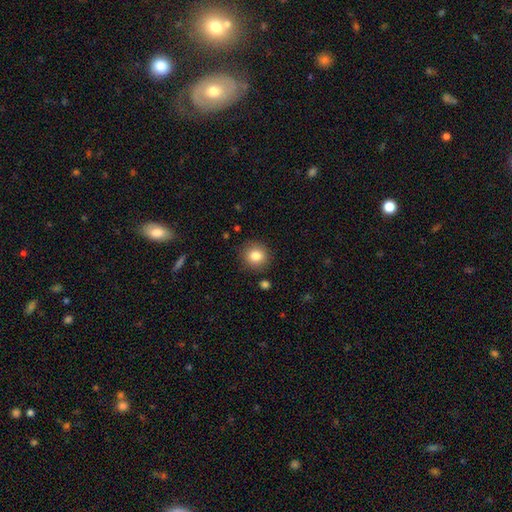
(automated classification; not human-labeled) Morphology: type=smooth (83%); roundness=round (90%); merging=none (89%).